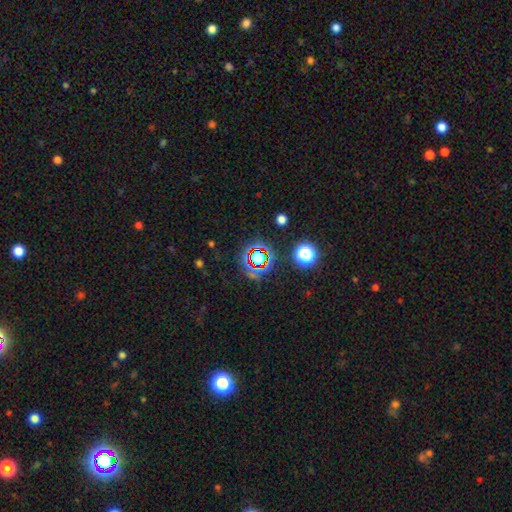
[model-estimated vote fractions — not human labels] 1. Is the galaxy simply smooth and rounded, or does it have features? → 72% star or artifact, 18% smooth, 10% featured or disk.